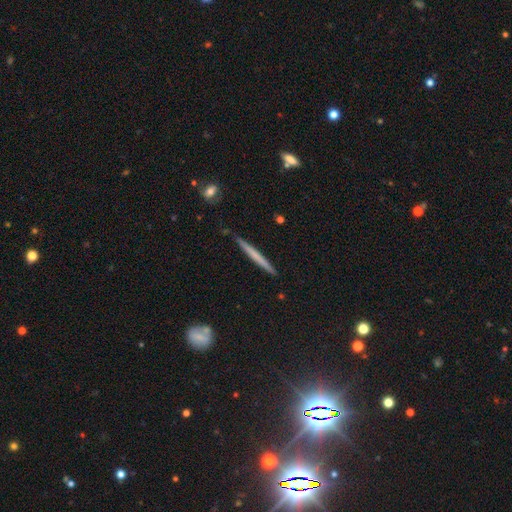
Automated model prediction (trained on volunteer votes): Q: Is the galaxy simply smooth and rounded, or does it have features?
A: smooth — 51%.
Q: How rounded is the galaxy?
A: cigar-shaped — 97%.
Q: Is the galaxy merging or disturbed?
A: none — 90%.